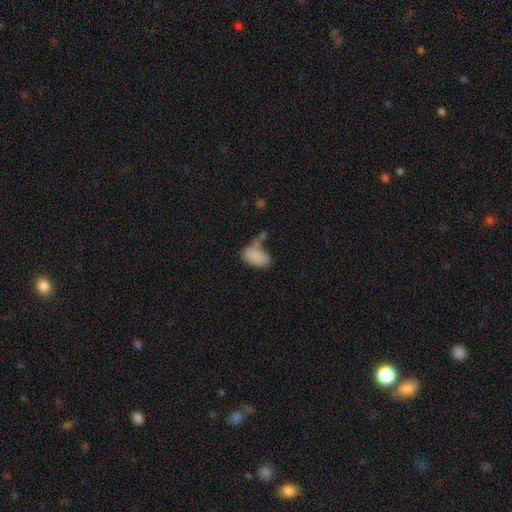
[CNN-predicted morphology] smooth 82%, star or artifact 9%, featured or disk 9%. Down the decision tree: how rounded — in between (93%); merging — none (37%).